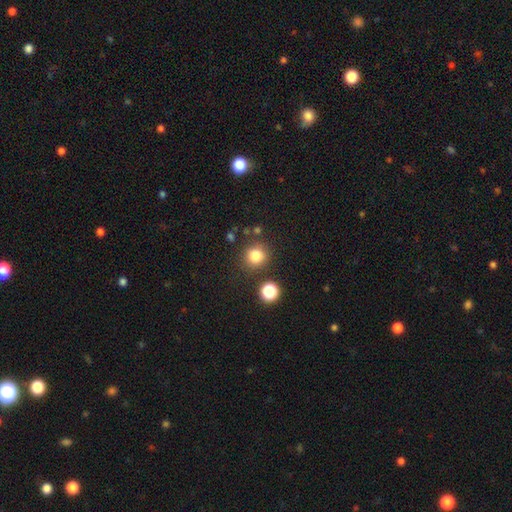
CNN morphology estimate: type=smooth (82%); roundness=round (85%); merging=none (79%).